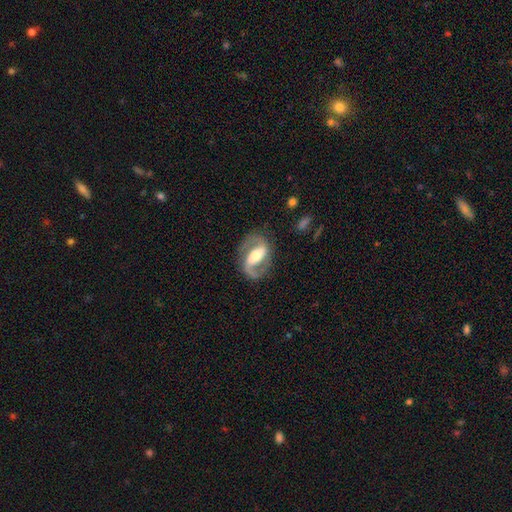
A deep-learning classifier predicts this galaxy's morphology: Smooth or featured? Predicted: featured or disk (p=0.88). Edge-on disk? Predicted: no (p=0.97). Bar? Predicted: strong (p=0.53). Spiral arms? Predicted: yes (p=0.94). Spiral winding? Predicted: medium (p=0.54). Spiral arm count? Predicted: 2 (p=0.90). Bulge size? Predicted: moderate (p=0.64). Merging? Predicted: none (p=0.80).